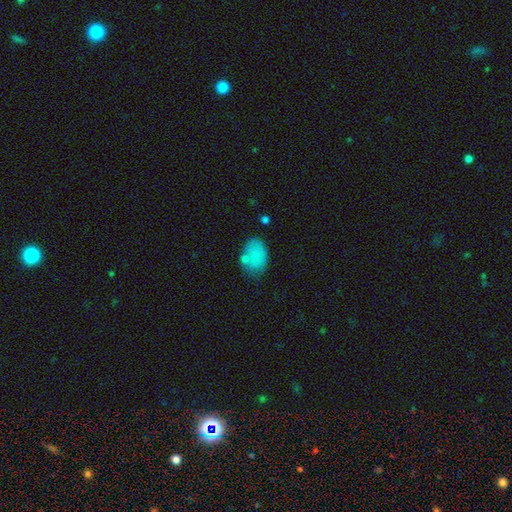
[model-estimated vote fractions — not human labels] The model was most divided on "merging": none: 61%, minor disturbance: 22%, merger: 10%, major disturbance: 8%. More confident: how rounded — in between (82%); smooth or featured — smooth (80%).